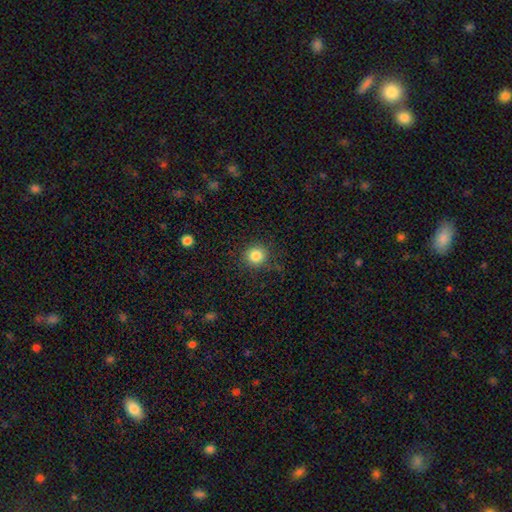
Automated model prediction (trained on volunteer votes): smooth-or-featured: smooth: 84% | star or artifact: 11% | featured or disk: 5%
  how-rounded: round: 92% | in between: 7% | cigar-shaped: 1%
  merging: none: 87% | minor disturbance: 9% | major disturbance: 3% | merger: 1%